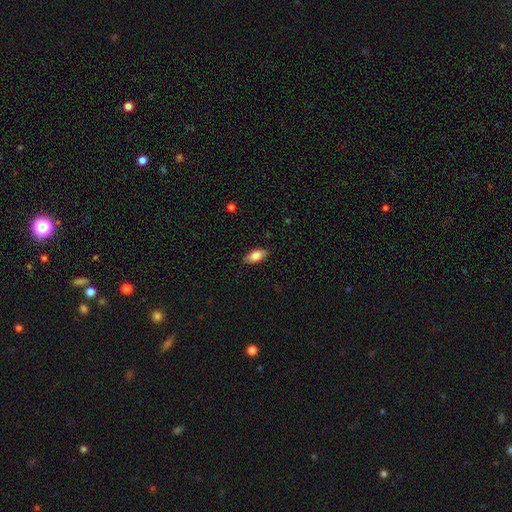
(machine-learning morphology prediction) A smooth galaxy with no disk features (84%) that is in between round and cigar-shaped (88%). Merging: none (86%).